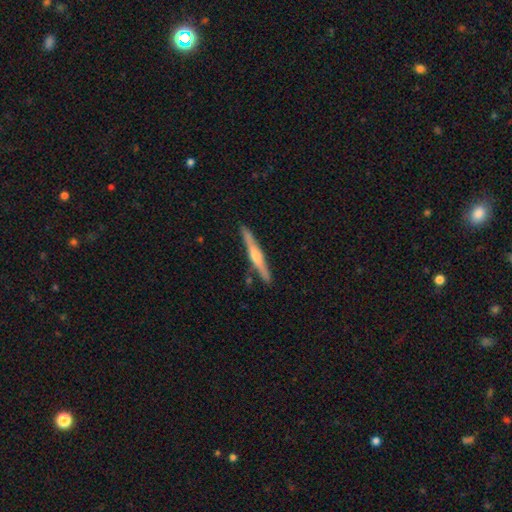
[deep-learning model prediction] Q: Smooth or featured?
A: featured or disk (65%); runner-up: smooth (30%)
Q: Edge-on disk?
A: yes (97%); runner-up: no (3%)
Q: Edge-on bulge?
A: rounded (82%); runner-up: none (10%)
Q: Merging?
A: none (87%); runner-up: minor disturbance (9%)